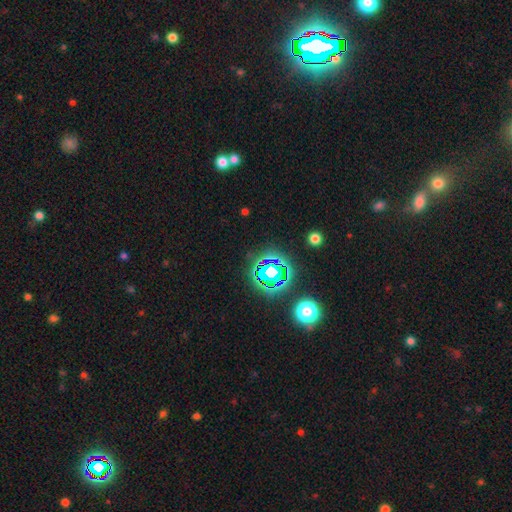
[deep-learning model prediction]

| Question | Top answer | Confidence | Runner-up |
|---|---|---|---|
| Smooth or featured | star or artifact | 80% | smooth (12%) |